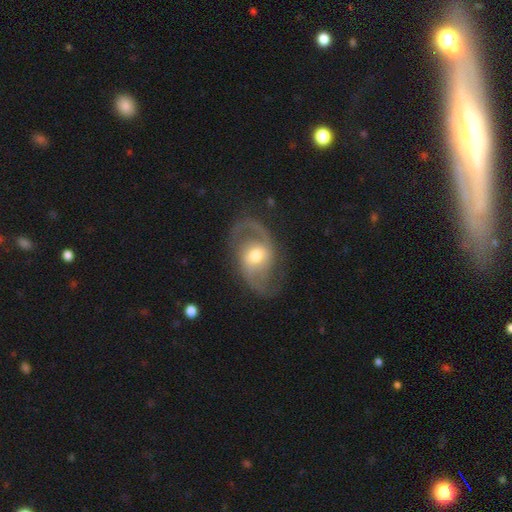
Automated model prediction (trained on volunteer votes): The model was most divided on "bar": weak: 42%, no: 40%, strong: 18%. More confident: edge-on disk — no (96%); spiral arms — yes (92%); spiral arm count — 2 (90%); smooth or featured — featured or disk (84%); merging — none (74%); bulge size — moderate (67%); spiral winding — medium (51%).